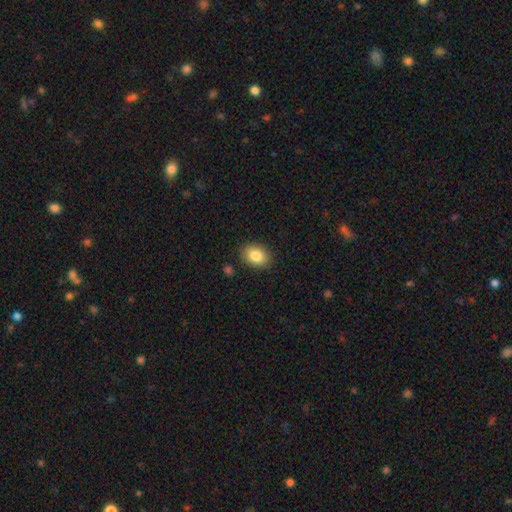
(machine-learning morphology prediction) This is clearly a smooth galaxy (85%). How rounded: likely in between (78%). Merging: clearly none (86%).